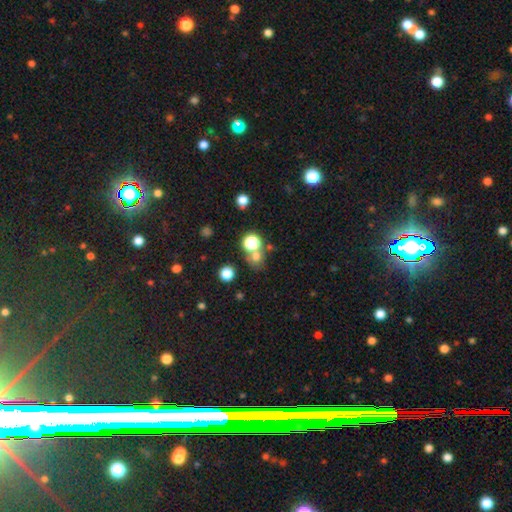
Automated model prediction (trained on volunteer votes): smooth 64%, star or artifact 27%, featured or disk 9%. Down the decision tree: how rounded — round (83%); merging — none (60%).